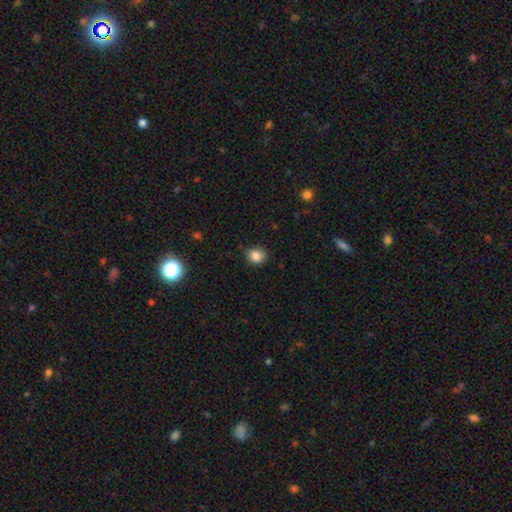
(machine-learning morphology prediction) smooth-or-featured: smooth: 84% | star or artifact: 11% | featured or disk: 5%
  how-rounded: round: 71% | in between: 28% | cigar-shaped: 1%
  merging: none: 78% | minor disturbance: 18% | major disturbance: 3% | merger: 1%